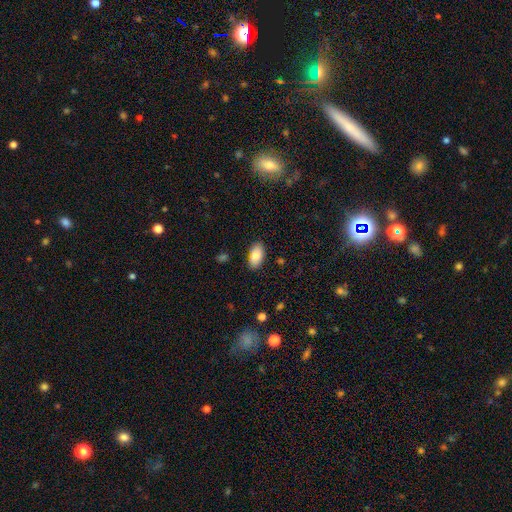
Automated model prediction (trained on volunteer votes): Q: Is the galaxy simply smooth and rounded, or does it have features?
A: smooth — 86%.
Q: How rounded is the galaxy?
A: in between — 94%.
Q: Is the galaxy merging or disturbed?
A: none — 86%.